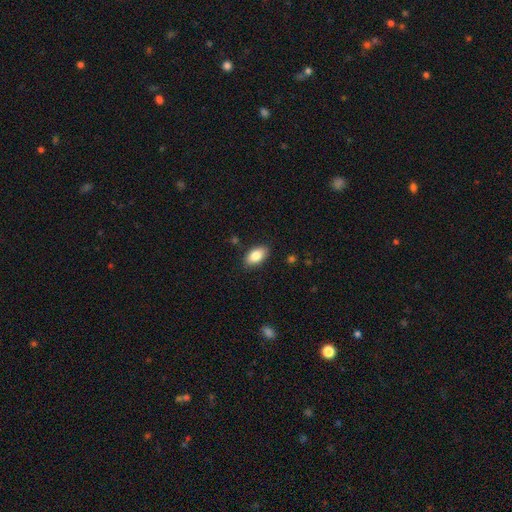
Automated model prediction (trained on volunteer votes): A smooth galaxy with no disk features (85%) that is in between round and cigar-shaped (92%).

Vote fractions:
- Smooth or featured? smooth: 85% / featured or disk: 8% / star or artifact: 7%
- How rounded? in between: 92% / round: 6% / cigar-shaped: 2%
- Merging? none: 86% / minor disturbance: 11% / major disturbance: 2% / merger: 1%